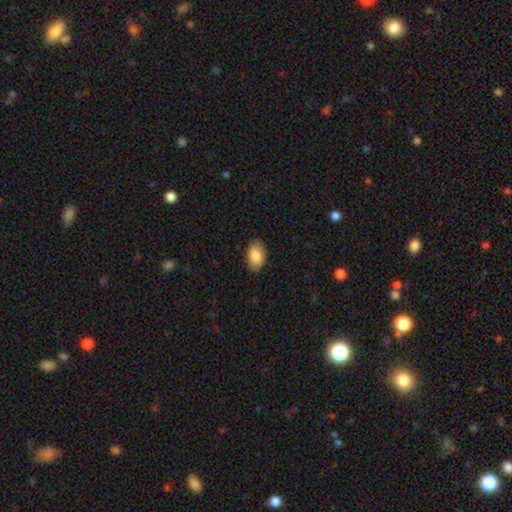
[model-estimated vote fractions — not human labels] Smooth or featured?
  - smooth: 85% *
  - featured or disk: 8%
  - star or artifact: 7%
How rounded?
  - in between: 91% *
  - round: 8%
  - cigar-shaped: 1%
Merging?
  - none: 87% *
  - minor disturbance: 10%
  - major disturbance: 2%
  - merger: 1%